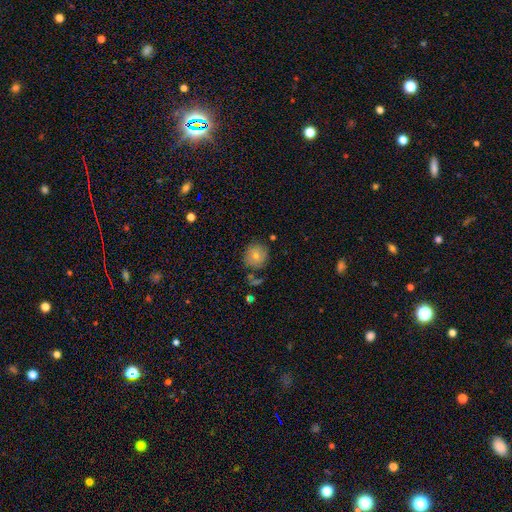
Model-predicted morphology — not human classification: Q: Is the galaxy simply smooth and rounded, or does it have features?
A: smooth — 63%.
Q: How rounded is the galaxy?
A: round — 89%.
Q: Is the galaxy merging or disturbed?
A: none — 73%.